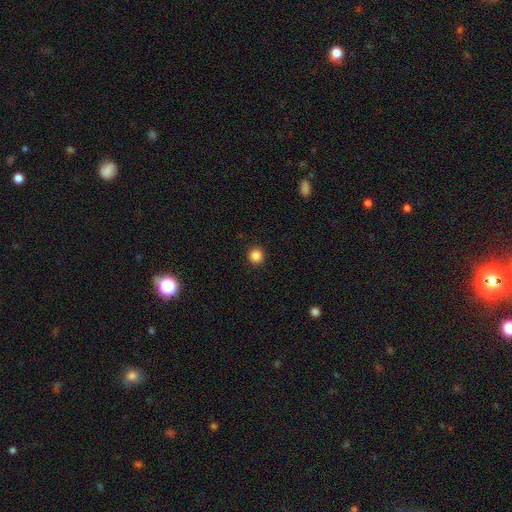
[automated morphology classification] Smooth or featured?
  - smooth: 86% *
  - star or artifact: 11%
  - featured or disk: 3%
How rounded?
  - round: 94% *
  - in between: 5%
  - cigar-shaped: 1%
Merging?
  - none: 93% *
  - minor disturbance: 4%
  - major disturbance: 2%
  - merger: 1%